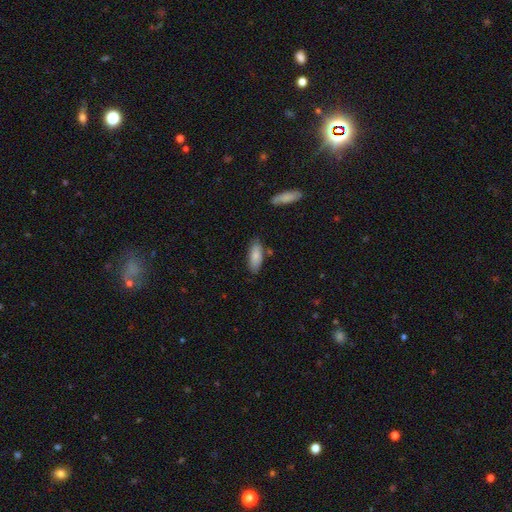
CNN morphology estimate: Q: Smooth or featured?
A: smooth (82%); runner-up: featured or disk (12%)
Q: How rounded?
A: in between (74%); runner-up: cigar-shaped (24%)
Q: Merging?
A: none (78%); runner-up: minor disturbance (15%)